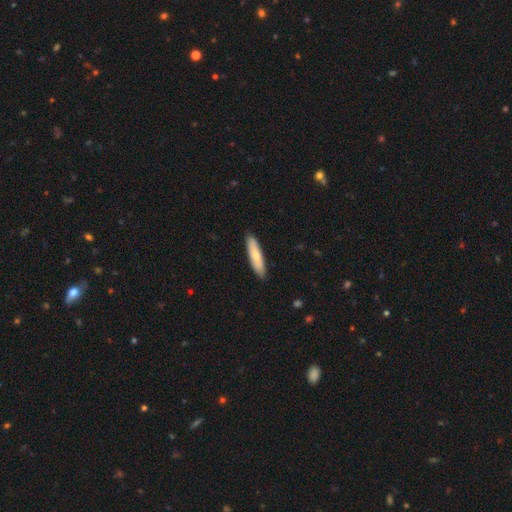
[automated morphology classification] Q: Smooth or featured?
A: smooth (74%); runner-up: featured or disk (21%)
Q: How rounded?
A: cigar-shaped (79%); runner-up: in between (19%)
Q: Merging?
A: none (90%); runner-up: minor disturbance (8%)